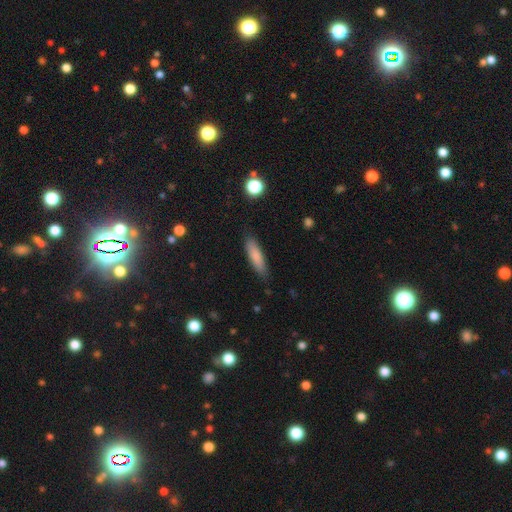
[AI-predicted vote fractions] smooth-or-featured: smooth: 82% | featured or disk: 12% | star or artifact: 7%
  how-rounded: cigar-shaped: 70% | in between: 29% | round: 2%
  merging: none: 85% | minor disturbance: 11% | major disturbance: 2% | merger: 1%